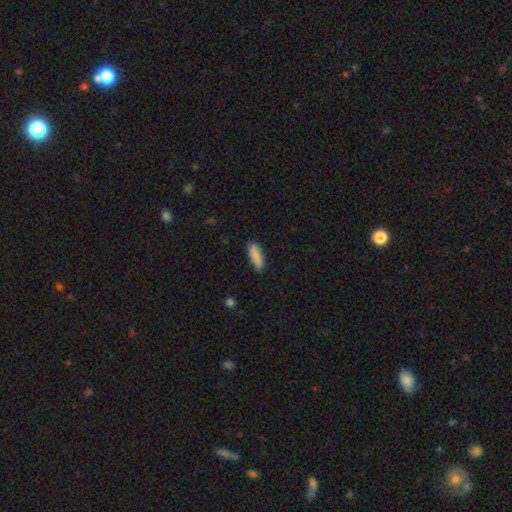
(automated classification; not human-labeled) Smooth or featured? Predicted: smooth (p=0.86). How rounded? Predicted: in between (p=0.50). Merging? Predicted: none (p=0.82).